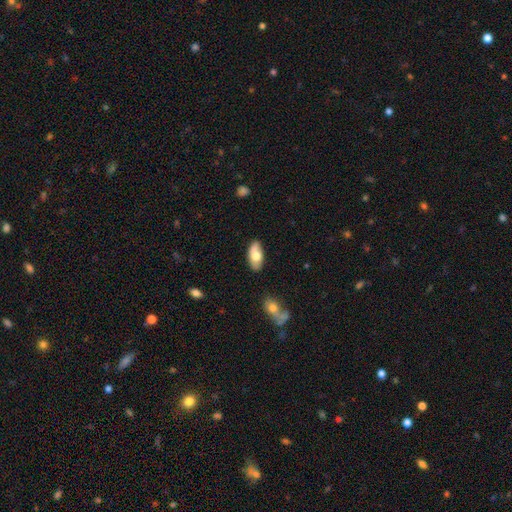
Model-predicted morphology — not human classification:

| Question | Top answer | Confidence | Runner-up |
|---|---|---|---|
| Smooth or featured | smooth | 67% | featured or disk (27%) |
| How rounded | in between | 91% | cigar-shaped (6%) |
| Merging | none | 75% | minor disturbance (18%) |